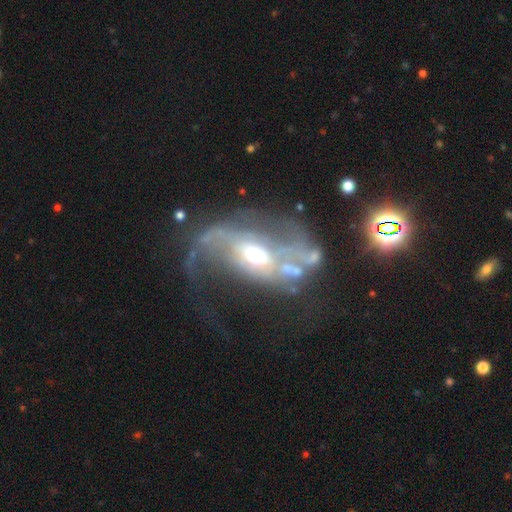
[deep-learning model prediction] Overall: featured or disk (80%). Edge-on disk: no (95%). Bar: no (50%; weak 35%). Spiral arms: yes (78%). Spiral arm count: 2 (57%; can't tell 18%). Spiral winding: loose (57%; medium 32%). Bulge size: moderate (62%; small 27%). Merging: major disturbance (41%; none 28%).